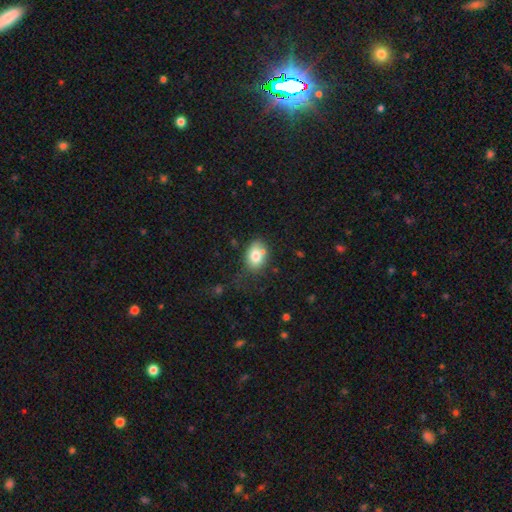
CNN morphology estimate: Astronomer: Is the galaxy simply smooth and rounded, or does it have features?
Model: smooth — 77%.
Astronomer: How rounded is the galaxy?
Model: in between — 76%.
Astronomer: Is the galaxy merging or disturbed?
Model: none — 57%.